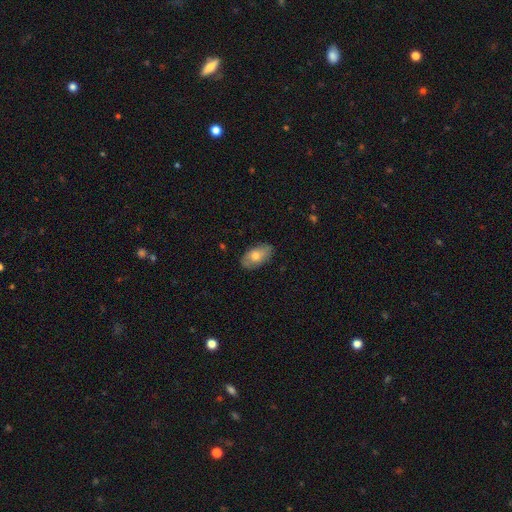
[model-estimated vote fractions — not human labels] smooth 65%, featured or disk 29%, star or artifact 7%. Down the decision tree: how rounded — in between (92%); merging — none (79%).